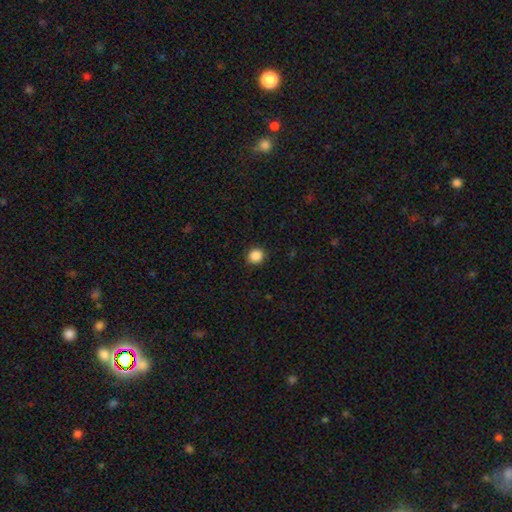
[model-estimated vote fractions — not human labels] smooth-or-featured: smooth: 87% | star or artifact: 10% | featured or disk: 3%
  how-rounded: round: 91% | in between: 8% | cigar-shaped: 1%
  merging: none: 92% | minor disturbance: 6% | major disturbance: 2% | merger: 1%